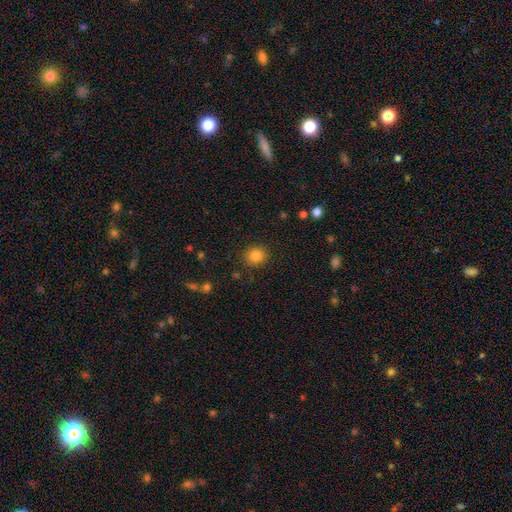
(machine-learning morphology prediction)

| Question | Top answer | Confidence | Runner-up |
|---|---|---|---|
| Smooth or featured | smooth | 84% | star or artifact (11%) |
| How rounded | round | 82% | in between (17%) |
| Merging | none | 89% | minor disturbance (7%) |